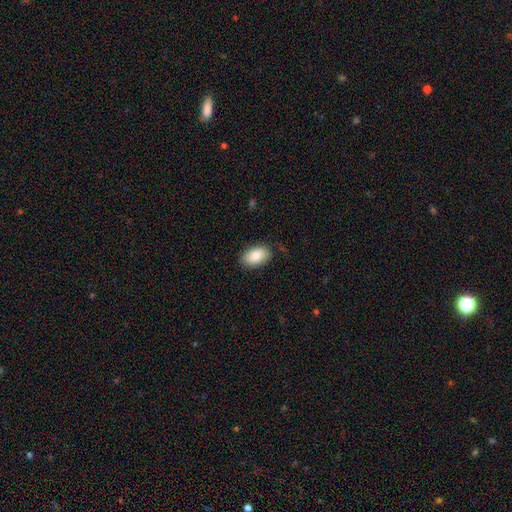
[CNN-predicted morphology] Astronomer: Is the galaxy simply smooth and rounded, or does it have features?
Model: smooth — 85%.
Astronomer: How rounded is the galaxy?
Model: in between — 92%.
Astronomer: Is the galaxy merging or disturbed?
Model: none — 84%.